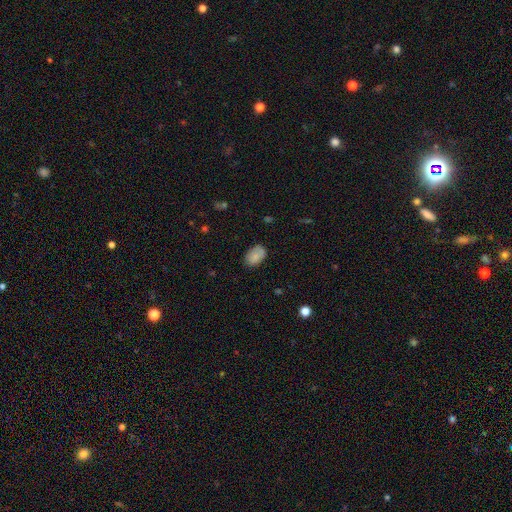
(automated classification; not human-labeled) Q: Smooth or featured?
A: smooth (82%); runner-up: featured or disk (10%)
Q: How rounded?
A: in between (85%); runner-up: round (14%)
Q: Merging?
A: none (73%); runner-up: minor disturbance (20%)